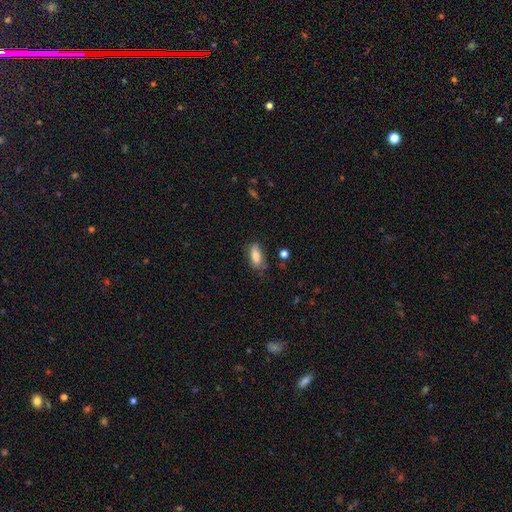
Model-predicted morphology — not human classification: Smooth or featured?
  - smooth: 78% *
  - featured or disk: 15%
  - star or artifact: 8%
How rounded?
  - in between: 78% *
  - cigar-shaped: 19%
  - round: 3%
Merging?
  - none: 65% *
  - minor disturbance: 25%
  - major disturbance: 7%
  - merger: 3%